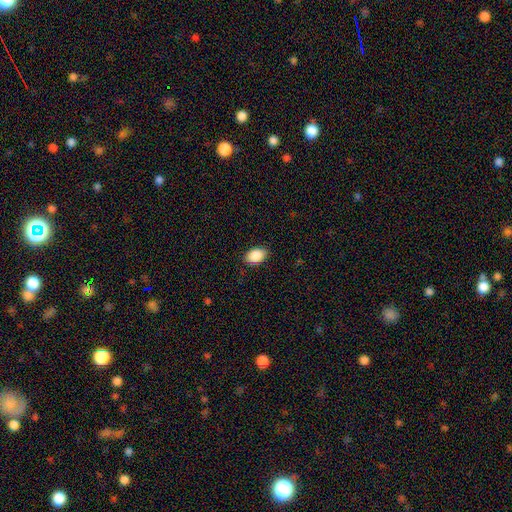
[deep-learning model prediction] Smooth or featured: smooth — 89% (star or artifact — 7%)
How rounded: in between — 89% (round — 10%)
Merging: none — 85% (minor disturbance — 11%)